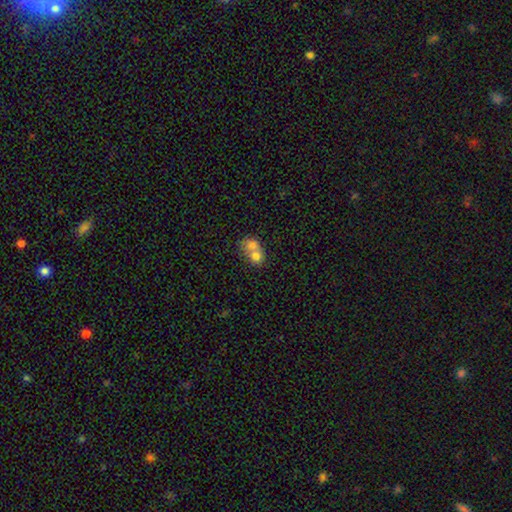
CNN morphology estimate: type=smooth (71%); roundness=round (64%); merging=merger (72%).